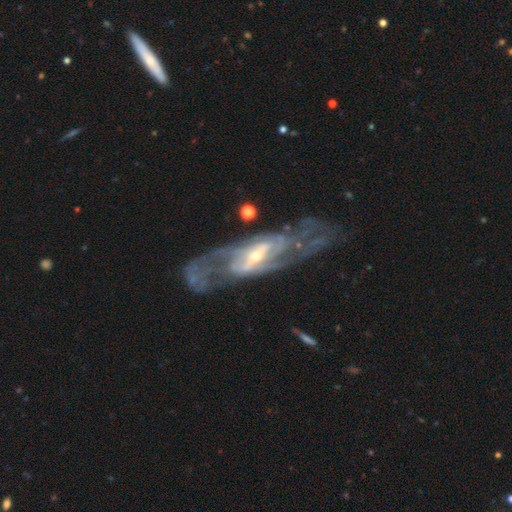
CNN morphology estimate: Smooth or featured? Predicted: featured or disk (p=0.89). Edge-on disk? Predicted: no (p=0.91). Bar? Predicted: strong (p=0.41). Spiral arms? Predicted: yes (p=0.94). Spiral winding? Predicted: medium (p=0.45). Spiral arm count? Predicted: 2 (p=0.62). Bulge size? Predicted: small (p=0.65). Merging? Predicted: none (p=0.56).